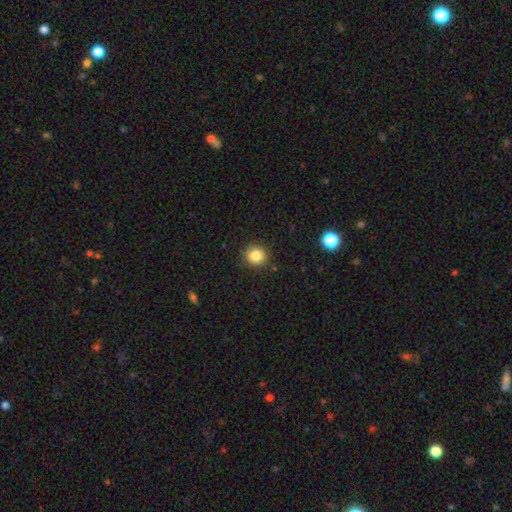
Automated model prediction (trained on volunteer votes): Morphology: type=smooth (84%); roundness=round (87%); merging=none (89%).